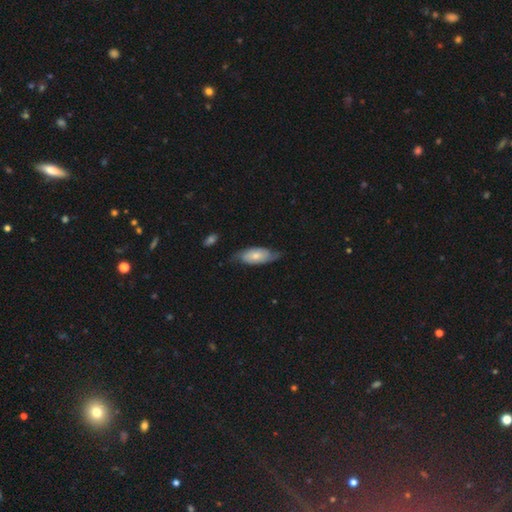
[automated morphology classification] Smooth or featured?
  - smooth: 48% *
  - featured or disk: 47%
  - star or artifact: 6%
Merging?
  - none: 64% *
  - minor disturbance: 27%
  - major disturbance: 7%
  - merger: 2%